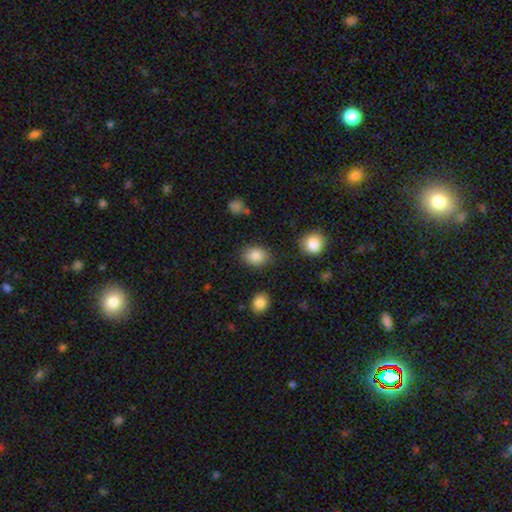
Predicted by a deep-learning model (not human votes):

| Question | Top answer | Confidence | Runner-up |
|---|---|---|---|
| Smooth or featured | smooth | 85% | star or artifact (9%) |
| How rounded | in between | 61% | round (38%) |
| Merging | none | 84% | minor disturbance (11%) |